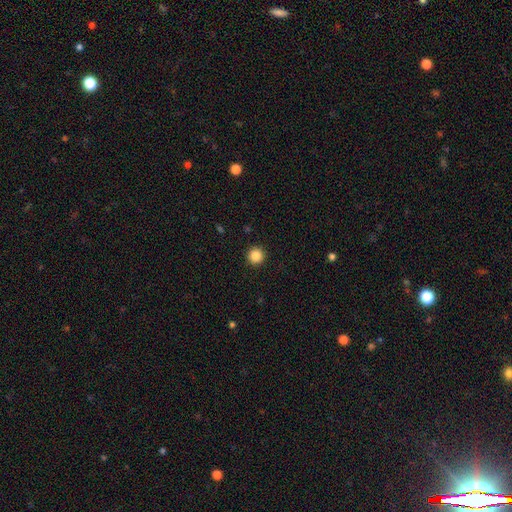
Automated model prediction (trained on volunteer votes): Q: Smooth or featured?
A: smooth (87%); runner-up: star or artifact (10%)
Q: How rounded?
A: round (96%); runner-up: in between (3%)
Q: Merging?
A: none (93%); runner-up: minor disturbance (4%)